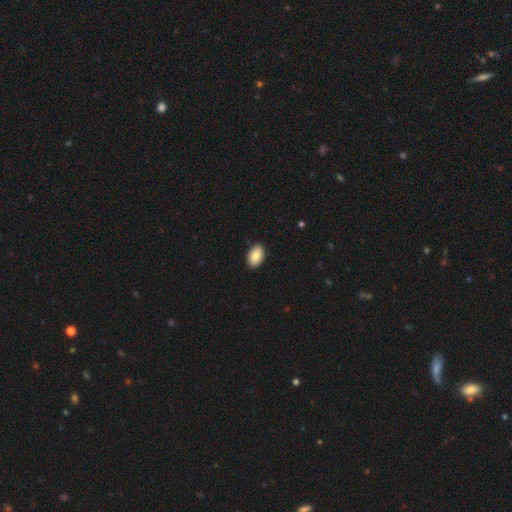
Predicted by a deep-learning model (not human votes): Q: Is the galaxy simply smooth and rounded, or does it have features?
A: smooth — 86%.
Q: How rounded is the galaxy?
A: in between — 91%.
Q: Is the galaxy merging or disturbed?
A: none — 89%.